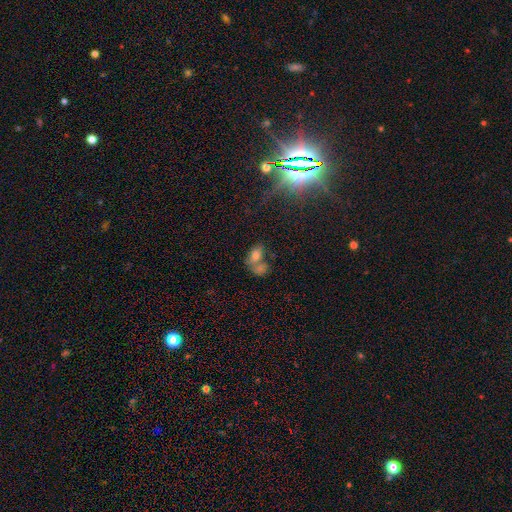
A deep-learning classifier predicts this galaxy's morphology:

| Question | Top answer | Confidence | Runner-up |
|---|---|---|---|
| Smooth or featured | smooth | 71% | featured or disk (15%) |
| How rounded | in between | 81% | round (17%) |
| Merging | merger | 59% | none (26%) |